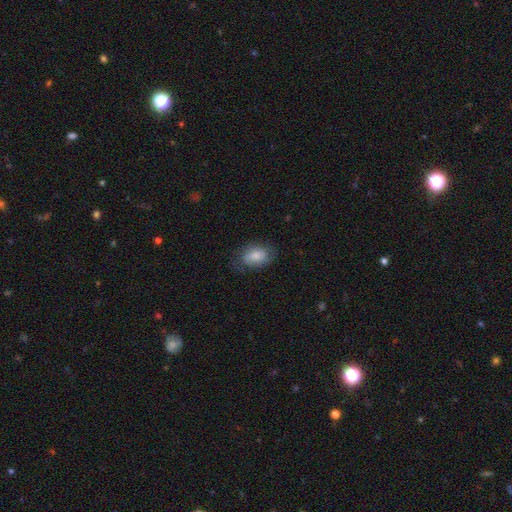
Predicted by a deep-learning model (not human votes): smooth 75%, featured or disk 18%, star or artifact 7%. Down the decision tree: how rounded — in between (85%); merging — none (67%).